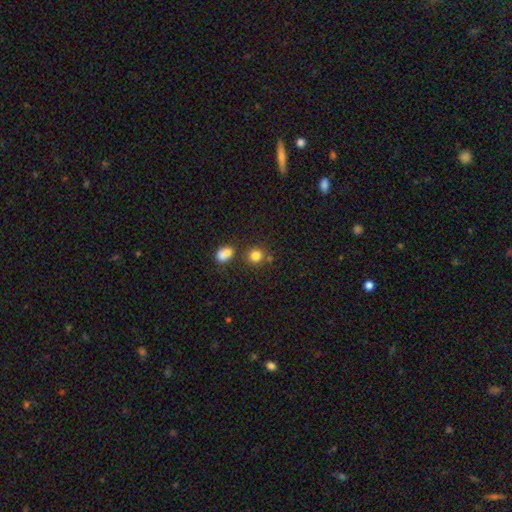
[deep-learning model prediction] smooth-or-featured: smooth: 81% | star or artifact: 12% | featured or disk: 7%
  how-rounded: round: 84% | in between: 15% | cigar-shaped: 1%
  merging: none: 69% | merger: 17% | minor disturbance: 10% | major disturbance: 4%